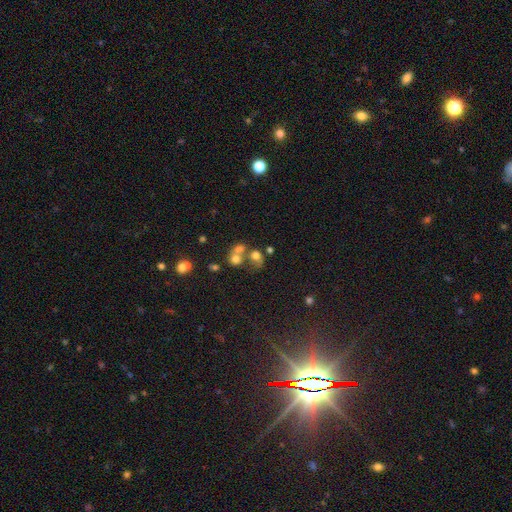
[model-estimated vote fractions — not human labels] Smooth or featured?
  - smooth: 64% *
  - featured or disk: 19%
  - star or artifact: 17%
How rounded?
  - round: 63% *
  - in between: 36%
  - cigar-shaped: 1%
Merging?
  - merger: 54% *
  - none: 29%
  - major disturbance: 9%
  - minor disturbance: 9%